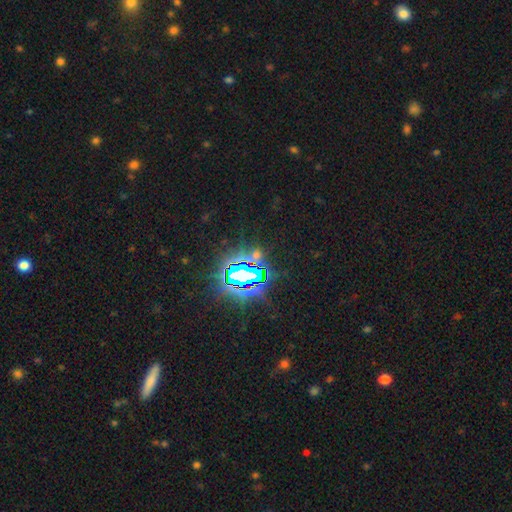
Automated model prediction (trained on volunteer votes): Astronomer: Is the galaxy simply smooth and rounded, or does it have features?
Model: star or artifact — 81%.